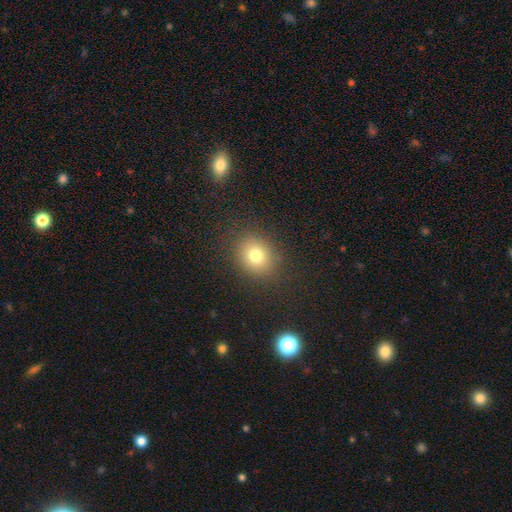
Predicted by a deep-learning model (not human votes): A smooth galaxy with no disk features (77%) that is round (67%). Merging: none (86%).